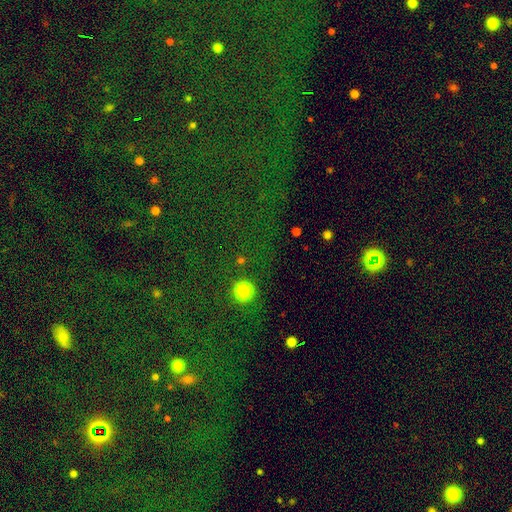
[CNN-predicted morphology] Q: Smooth or featured?
A: star or artifact (78%); runner-up: smooth (13%)